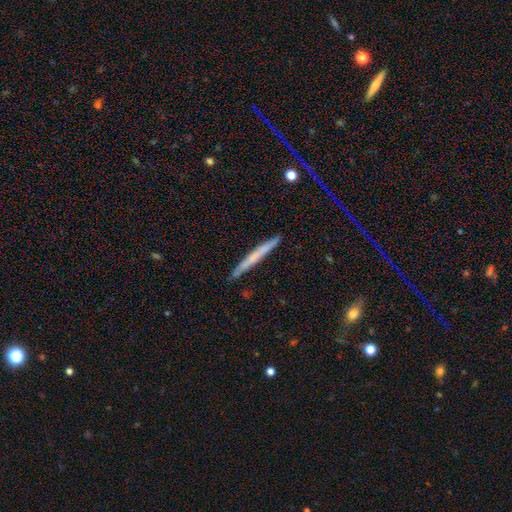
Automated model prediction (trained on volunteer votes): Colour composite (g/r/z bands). It shows a smooth galaxy with no disk features (53%) that is cigar-shaped (97%). Merging: none (88%).